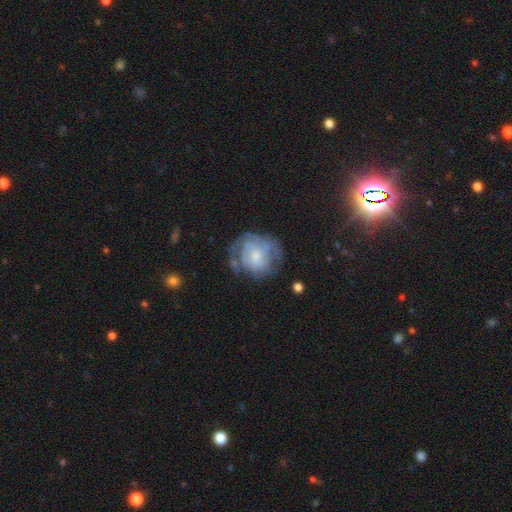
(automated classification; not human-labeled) This is likely a featured or disk galaxy (61%). It is clearly not viewed edge-on (97%). Bar: likely no (69%). Spiral arm pattern: likely yes (68%). Central bulge: marginally moderate (44%). Merging: possibly none (59%).